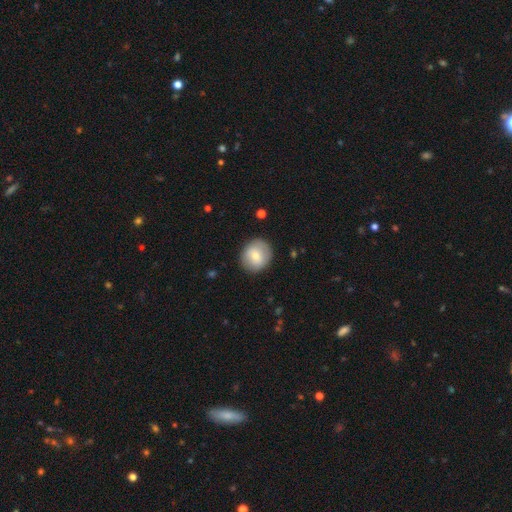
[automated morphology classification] A smooth galaxy with no disk features (71%) that is round (84%).

Vote fractions:
- Smooth or featured? smooth: 71% / featured or disk: 22% / star or artifact: 7%
- How rounded? round: 84% / in between: 15% / cigar-shaped: 1%
- Merging? none: 87% / minor disturbance: 9% / major disturbance: 3% / merger: 1%